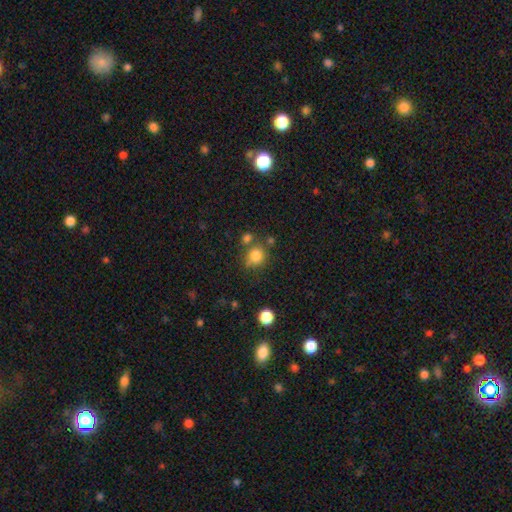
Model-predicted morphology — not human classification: Smooth or featured: smooth — 82% (star or artifact — 12%)
How rounded: round — 78% (in between — 21%)
Merging: none — 64% (minor disturbance — 16%)